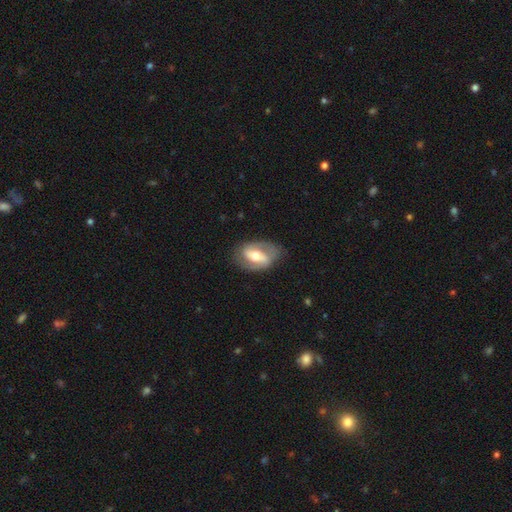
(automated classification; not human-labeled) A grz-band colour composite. It shows a featured or disk galaxy (71%) with a strong bar (46%), spiral arms (75%) and a moderate central bulge (67%). Merging: none (75%).